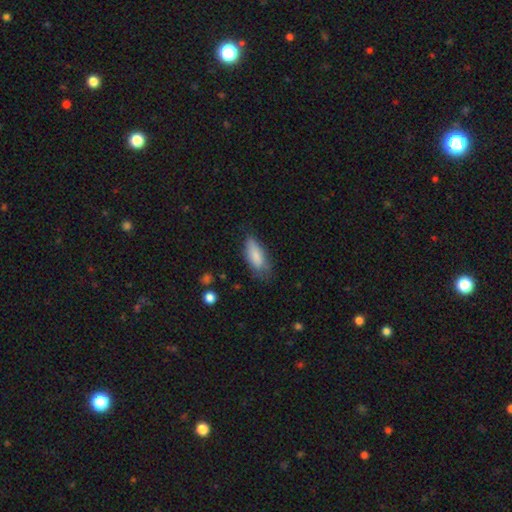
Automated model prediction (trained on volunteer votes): Smooth or featured: smooth — 83% (featured or disk — 11%)
How rounded: in between — 77% (cigar-shaped — 21%)
Merging: none — 59% (minor disturbance — 30%)